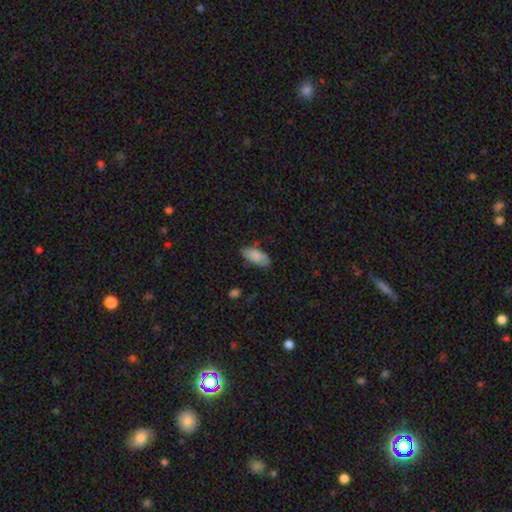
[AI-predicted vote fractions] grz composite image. It shows a smooth galaxy with no disk features (84%) that is in between round and cigar-shaped (90%). Merging: none (69%).